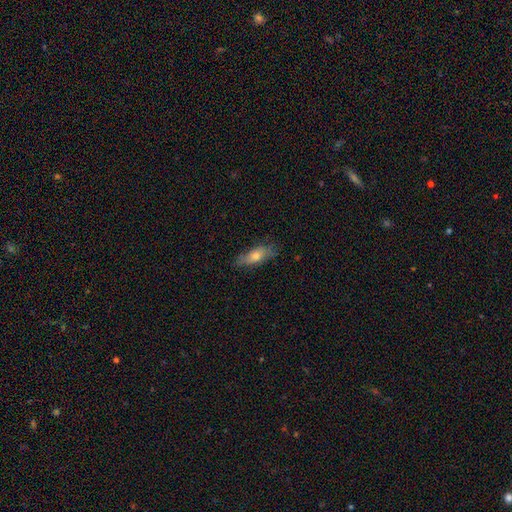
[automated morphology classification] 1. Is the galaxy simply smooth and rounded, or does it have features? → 61% smooth, 32% featured or disk, 8% star or artifact.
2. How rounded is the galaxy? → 59% in between, 38% cigar-shaped, 3% round.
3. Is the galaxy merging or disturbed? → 75% none, 19% minor disturbance, 4% major disturbance, 1% merger.